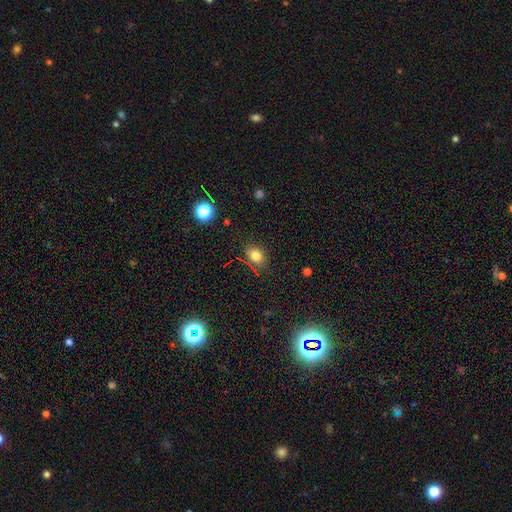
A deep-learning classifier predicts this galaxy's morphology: A smooth galaxy with no disk features (76%) that is in between round and cigar-shaped (55%). Merging: none (83%).